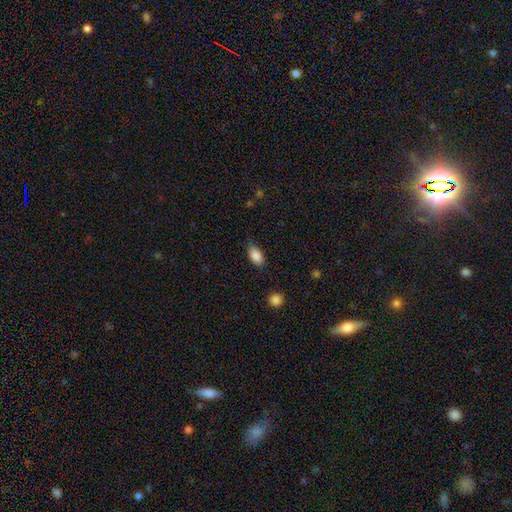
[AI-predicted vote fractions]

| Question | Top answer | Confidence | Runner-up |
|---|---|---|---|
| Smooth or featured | smooth | 87% | star or artifact (7%) |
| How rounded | in between | 91% | cigar-shaped (5%) |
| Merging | none | 79% | minor disturbance (16%) |